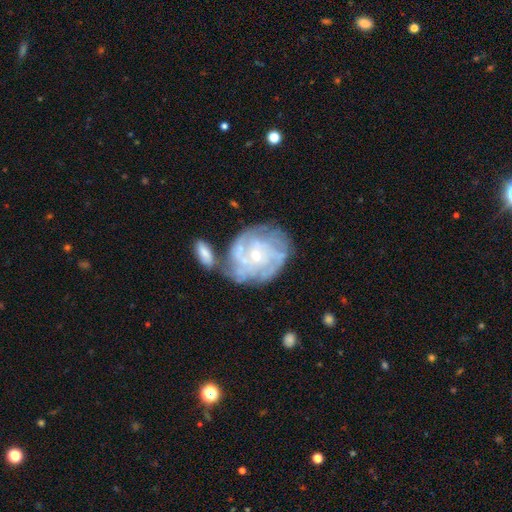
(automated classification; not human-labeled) featured or disk 81%, smooth 13%, star or artifact 6%. Down the decision tree: edge-on disk — no (97%); bar — no (74%); spiral arms — yes (87%); spiral arm count — can't tell (46%); spiral winding — tight (68%); bulge size — small (68%); merging — none (54%).